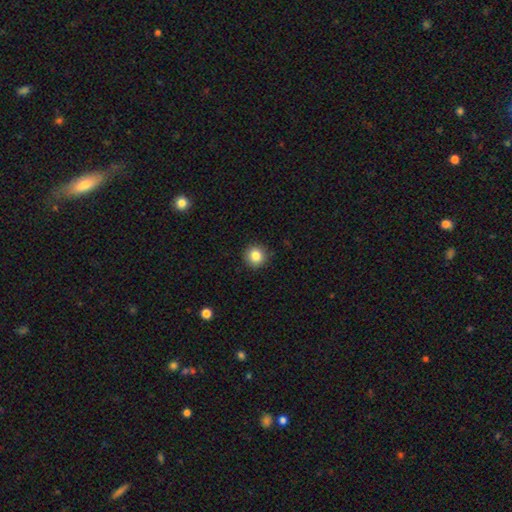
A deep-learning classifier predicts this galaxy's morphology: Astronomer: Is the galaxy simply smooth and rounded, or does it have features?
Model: smooth — 85%.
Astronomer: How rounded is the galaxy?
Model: round — 93%.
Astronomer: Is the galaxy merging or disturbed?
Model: none — 91%.